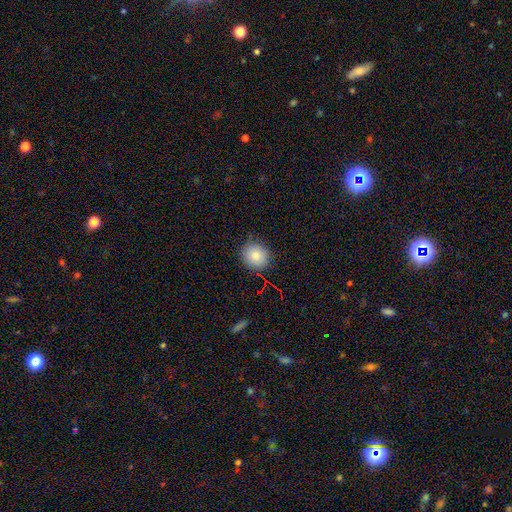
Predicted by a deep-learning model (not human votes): Smooth or featured? Predicted: smooth (p=0.81). How rounded? Predicted: round (p=0.87). Merging? Predicted: none (p=0.87).